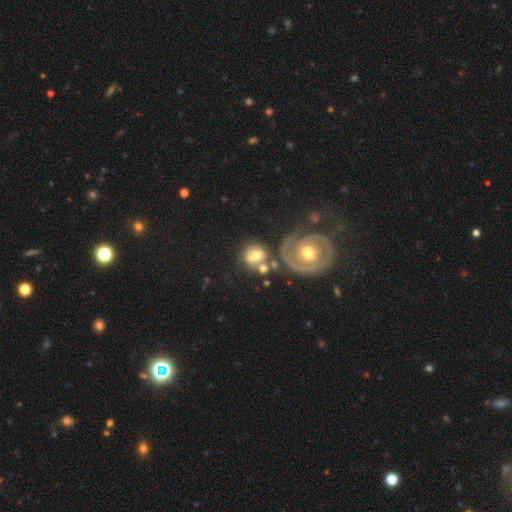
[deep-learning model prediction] Smooth or featured: smooth — 48% (featured or disk — 43%)
Merging: none — 44% (merger — 30%)